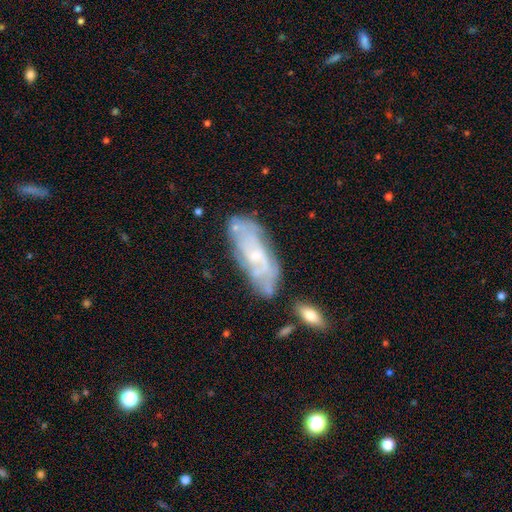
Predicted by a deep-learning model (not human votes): Smooth or featured?
  - featured or disk: 67% *
  - smooth: 26%
  - star or artifact: 7%
Edge-on disk?
  - no: 86% *
  - yes: 14%
Bar?
  - no: 65% *
  - weak: 29%
  - strong: 5%
Spiral arms?
  - yes: 75% *
  - no: 25%
Bulge size?
  - small: 63% *
  - moderate: 24%
  - none: 9%
  - large: 2%
  - dominant: 1%
Merging?
  - none: 65% *
  - minor disturbance: 21%
  - merger: 7%
  - major disturbance: 7%